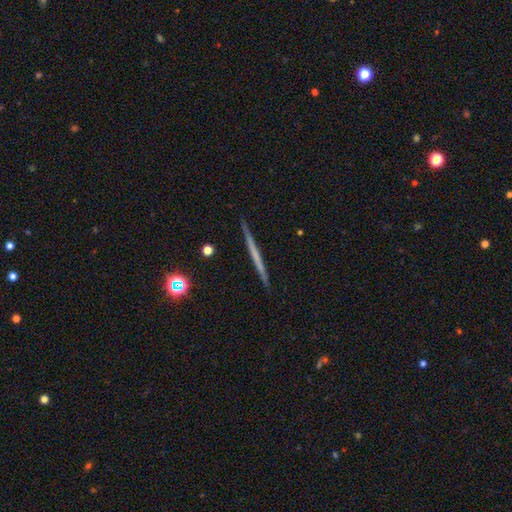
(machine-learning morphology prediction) type=featured or disk (55%); edge-on=yes (97%); edge-on bulge=none (91%); merging=none (91%).